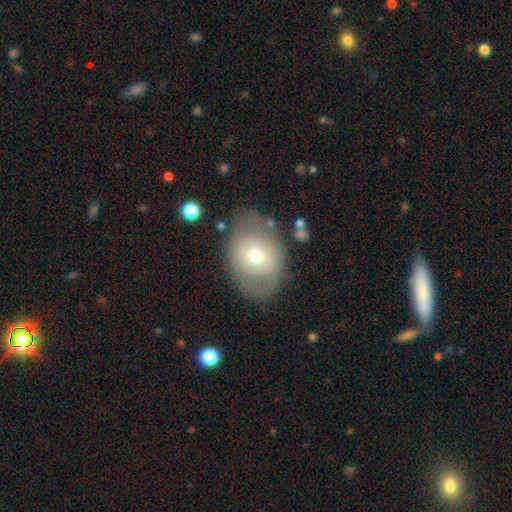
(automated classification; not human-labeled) Morphology: type=smooth (58%); roundness=in between (65%); merging=none (72%).